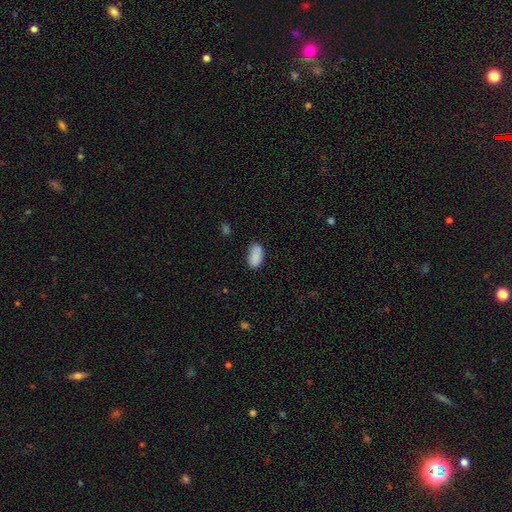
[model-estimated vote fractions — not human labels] A smooth galaxy with no disk features (87%) that is in between round and cigar-shaped (93%). Merging: none (76%).